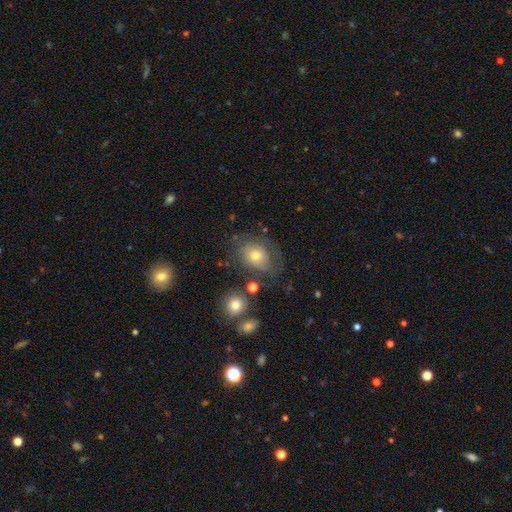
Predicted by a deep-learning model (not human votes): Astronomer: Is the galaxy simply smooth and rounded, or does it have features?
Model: smooth — 56% (runner-up: featured or disk, 33%).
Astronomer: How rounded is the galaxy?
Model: in between — 64%.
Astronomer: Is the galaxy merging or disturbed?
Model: none — 58%.